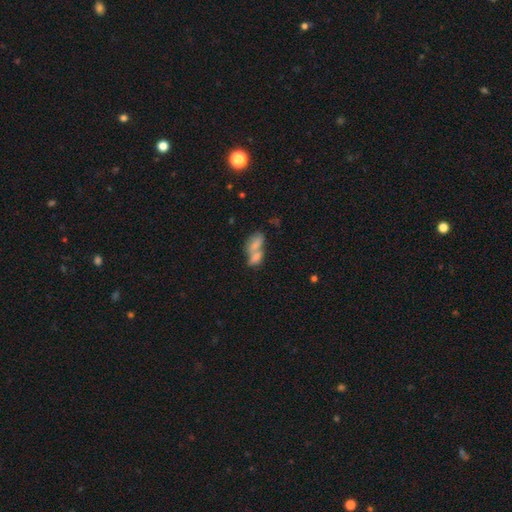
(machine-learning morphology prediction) A smooth galaxy with no disk features (53%) that is in between round and cigar-shaped (65%). Merging: merger (47%).